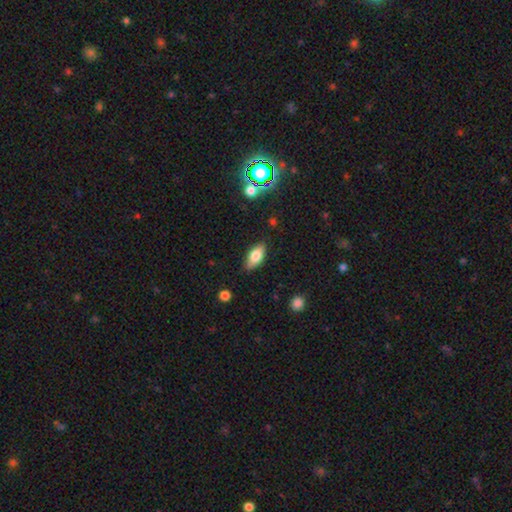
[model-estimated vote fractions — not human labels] The model was most divided on "smooth or featured": smooth: 74%, featured or disk: 18%, star or artifact: 8%. More confident: how rounded — in between (85%); merging — none (83%).